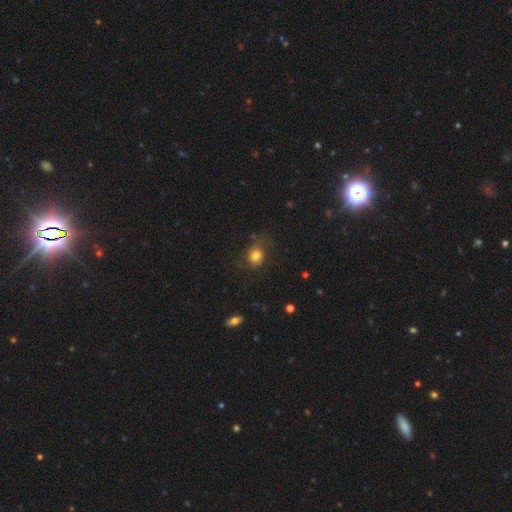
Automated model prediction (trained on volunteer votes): Morphology: type=smooth (78%); roundness=round (67%); merging=none (67%).